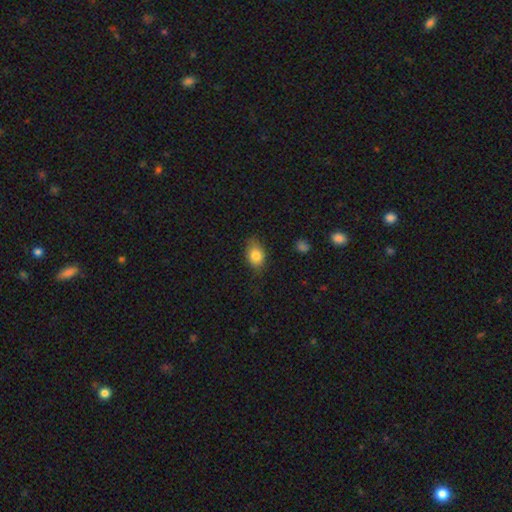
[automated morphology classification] smooth_or_featured: smooth (p=0.84) [alt: star or artifact p=0.08]
how_rounded: in between (p=0.75) [alt: round p=0.24]
merging: none (p=0.75) [alt: minor disturbance p=0.20]